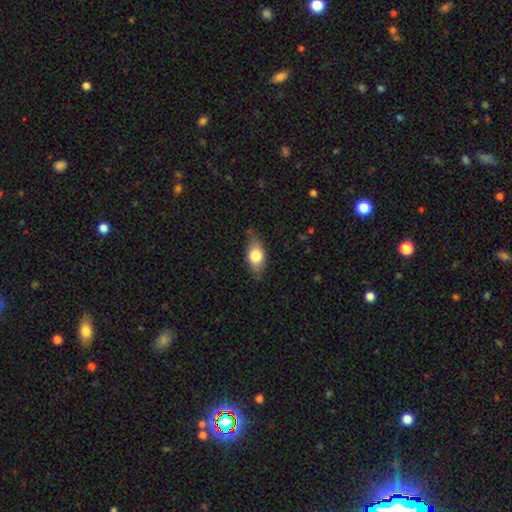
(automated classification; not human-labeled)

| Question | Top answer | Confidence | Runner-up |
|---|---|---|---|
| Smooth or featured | smooth | 74% | featured or disk (20%) |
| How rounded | in between | 85% | round (9%) |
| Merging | none | 70% | minor disturbance (24%) |